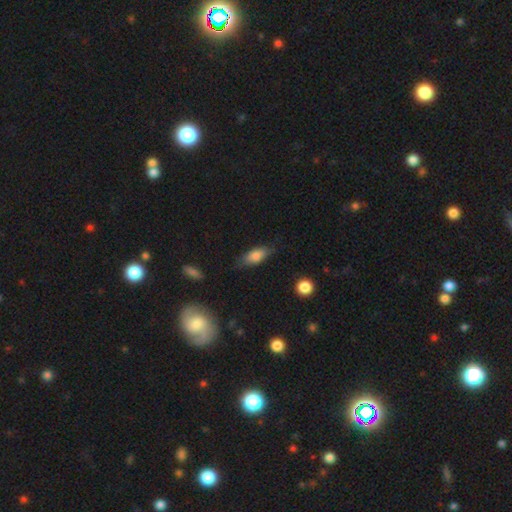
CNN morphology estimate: Smooth or featured: smooth — 75% (featured or disk — 18%)
How rounded: in between — 78% (cigar-shaped — 19%)
Merging: none — 72% (minor disturbance — 22%)